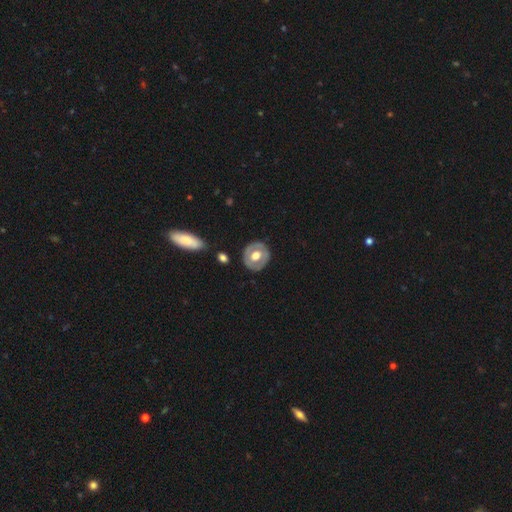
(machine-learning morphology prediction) smooth_or_featured: featured or disk (p=0.52) [alt: smooth p=0.43]
disk_edge_on: no (p=0.94) [alt: yes p=0.06]
merging: none (p=0.81) [alt: minor disturbance p=0.12]